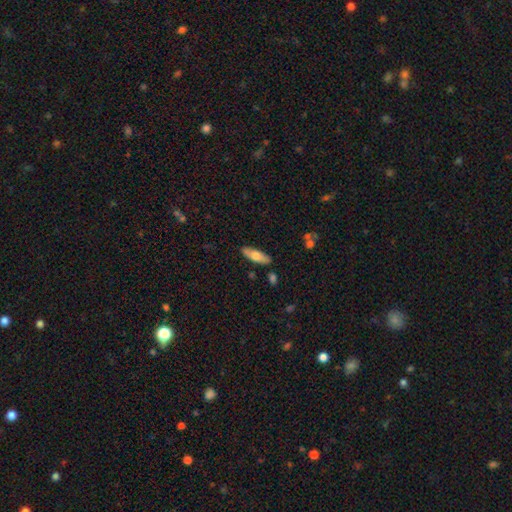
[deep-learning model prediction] The model was most divided on "how rounded": in between: 57%, cigar-shaped: 41%, round: 2%. More confident: merging — none (84%); smooth or featured — smooth (64%).